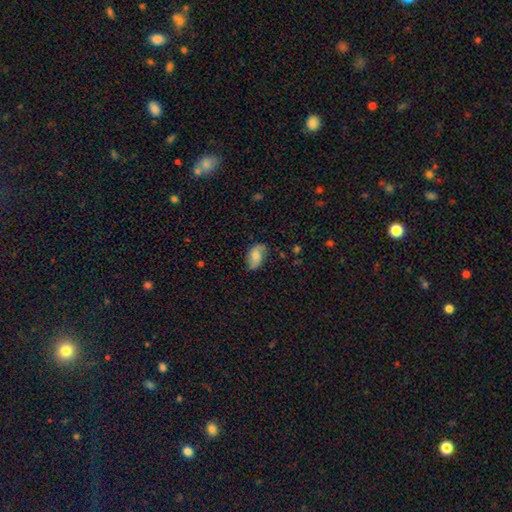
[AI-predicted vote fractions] Q: Smooth or featured?
A: smooth (53%); runner-up: featured or disk (39%)
Q: How rounded?
A: in between (90%); runner-up: round (8%)
Q: Merging?
A: none (68%); runner-up: minor disturbance (24%)